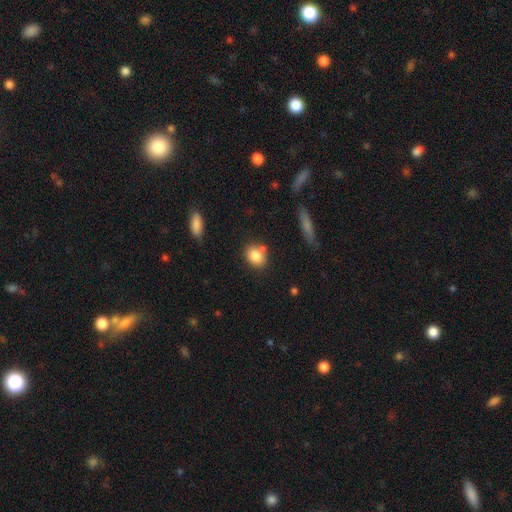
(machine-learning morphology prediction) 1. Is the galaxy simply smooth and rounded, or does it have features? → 84% smooth, 9% star or artifact, 8% featured or disk.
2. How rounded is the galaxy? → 51% round, 47% in between, 2% cigar-shaped.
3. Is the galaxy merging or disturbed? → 68% none, 14% minor disturbance, 14% merger, 4% major disturbance.